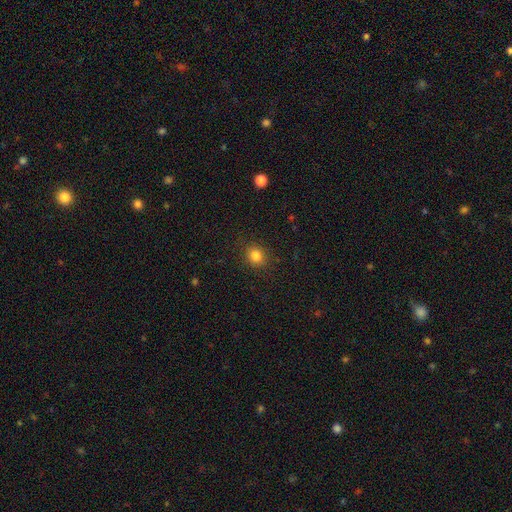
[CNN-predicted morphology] Smooth or featured?
  - smooth: 83% *
  - star or artifact: 12%
  - featured or disk: 5%
How rounded?
  - round: 77% *
  - in between: 22%
  - cigar-shaped: 1%
Merging?
  - none: 88% *
  - minor disturbance: 8%
  - major disturbance: 3%
  - merger: 1%